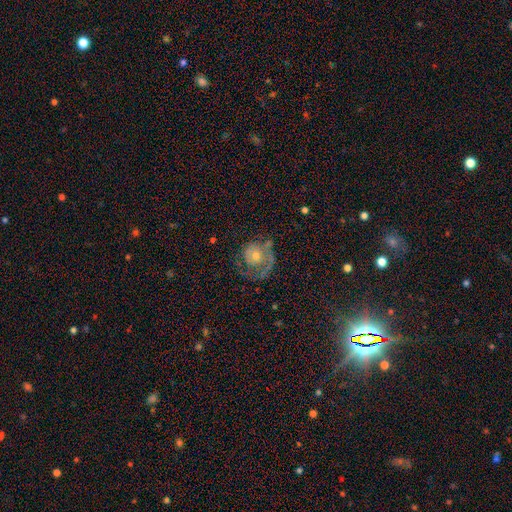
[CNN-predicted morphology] The model was most divided on "spiral winding": tight: 47%, medium: 34%, loose: 19%. Remaining: edge-on disk — no (98%); bar — no (82%); spiral arms — yes (77%); smooth or featured — featured or disk (68%); bulge size — moderate (55%); spiral arm count — 1 (54%); merging — none (46%).